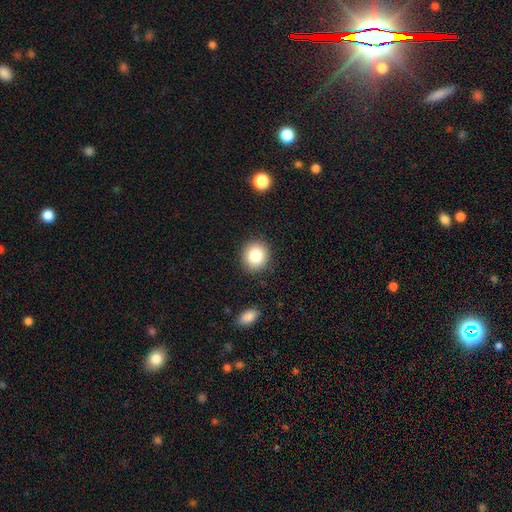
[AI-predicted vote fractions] smooth-or-featured: smooth: 83% | star or artifact: 9% | featured or disk: 7%
  how-rounded: round: 86% | in between: 13% | cigar-shaped: 1%
  merging: none: 89% | minor disturbance: 7% | major disturbance: 2% | merger: 2%